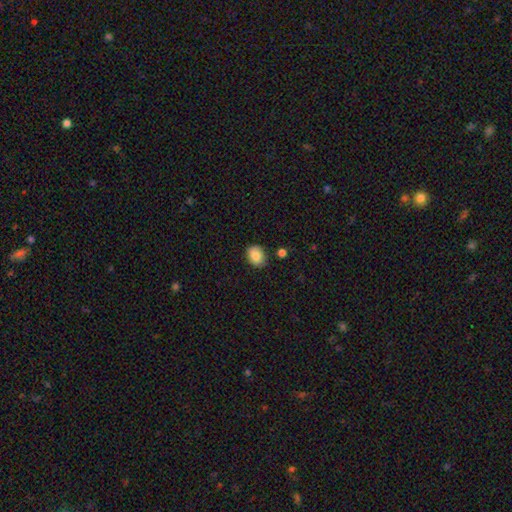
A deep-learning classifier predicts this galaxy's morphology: A smooth galaxy with no disk features (84%) that is in between round and cigar-shaped (53%). Merging: none (83%).